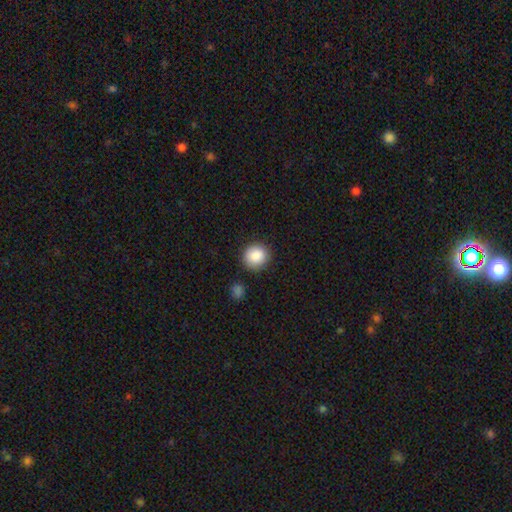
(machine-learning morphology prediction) Smooth or featured? smooth (88%)
How rounded? round (91%)
Merging? none (87%)